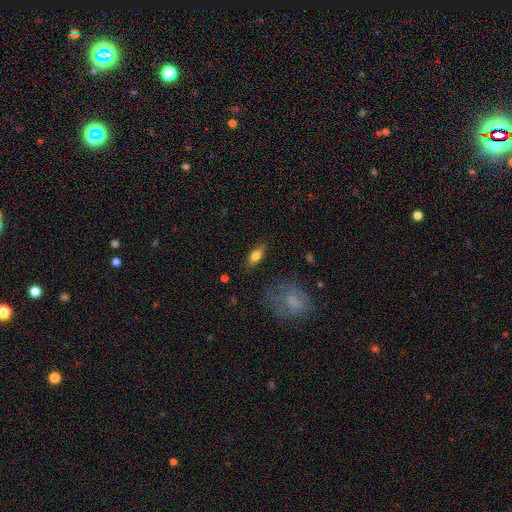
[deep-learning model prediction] smooth 69%, featured or disk 23%, star or artifact 8%. Down the decision tree: how rounded — in between (74%); merging — none (83%).